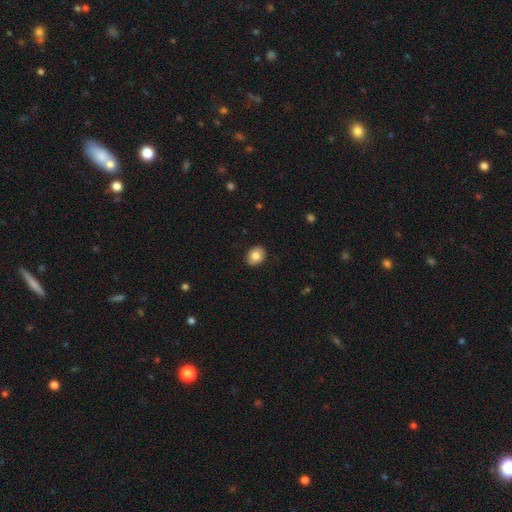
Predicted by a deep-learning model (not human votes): smooth-or-featured: smooth: 82% | featured or disk: 10% | star or artifact: 8%
  how-rounded: in between: 52% | round: 47% | cigar-shaped: 1%
  merging: none: 89% | minor disturbance: 8% | major disturbance: 2% | merger: 1%